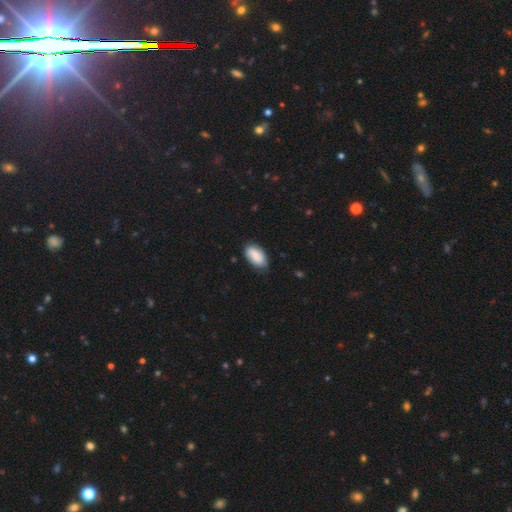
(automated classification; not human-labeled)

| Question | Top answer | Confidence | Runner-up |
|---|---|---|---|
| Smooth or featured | smooth | 79% | featured or disk (14%) |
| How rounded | in between | 94% | round (3%) |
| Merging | none | 75% | minor disturbance (21%) |